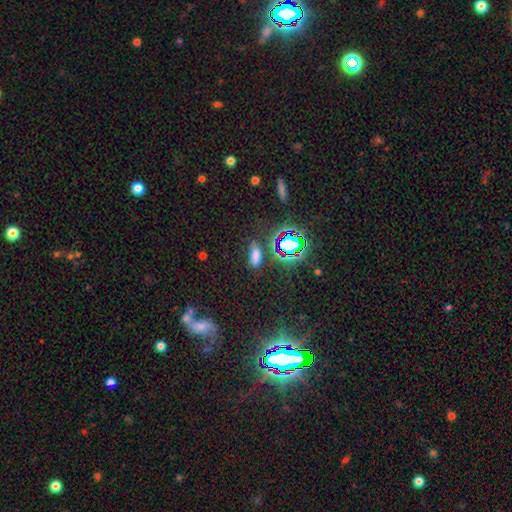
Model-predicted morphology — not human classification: smooth_or_featured: smooth (p=0.60) [alt: star or artifact p=0.31]
how_rounded: in between (p=0.74) [alt: cigar-shaped p=0.18]
merging: none (p=0.71) [alt: minor disturbance p=0.15]